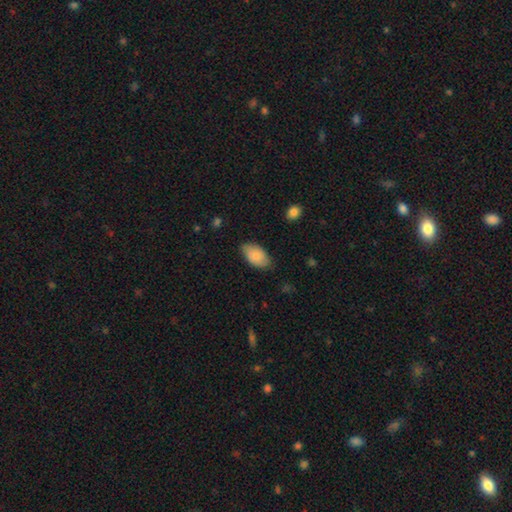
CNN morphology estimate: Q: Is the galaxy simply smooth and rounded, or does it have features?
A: smooth — 83%.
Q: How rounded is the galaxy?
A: in between — 94%.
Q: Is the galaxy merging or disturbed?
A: none — 73%.